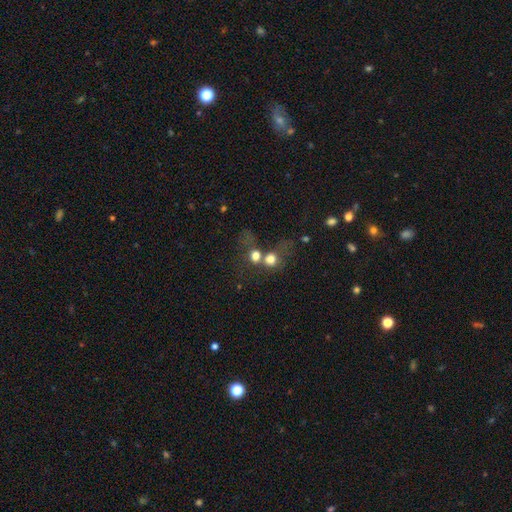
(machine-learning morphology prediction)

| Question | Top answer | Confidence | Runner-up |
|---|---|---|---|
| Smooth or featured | smooth | 71% | star or artifact (15%) |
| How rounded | round | 73% | in between (25%) |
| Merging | merger | 54% | none (30%) |